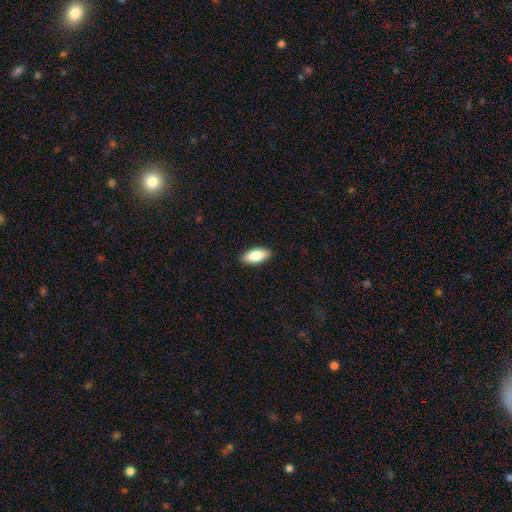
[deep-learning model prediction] smooth-or-featured: smooth: 83% | featured or disk: 11% | star or artifact: 6%
  how-rounded: in between: 88% | cigar-shaped: 10% | round: 2%
  merging: none: 90% | minor disturbance: 8% | major disturbance: 2% | merger: 1%